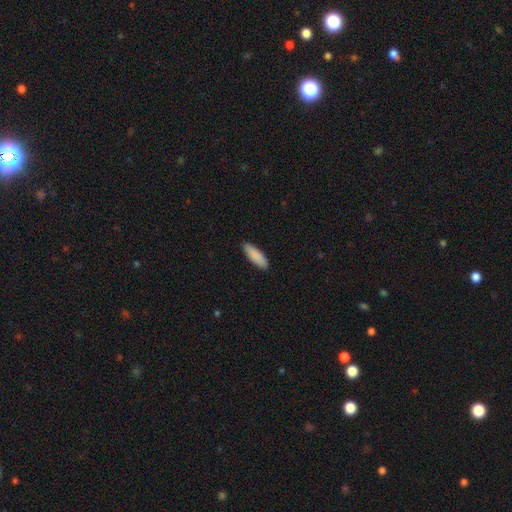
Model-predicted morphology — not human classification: smooth 90%, star or artifact 5%, featured or disk 5%. Down the decision tree: how rounded — in between (54%); merging — none (89%).